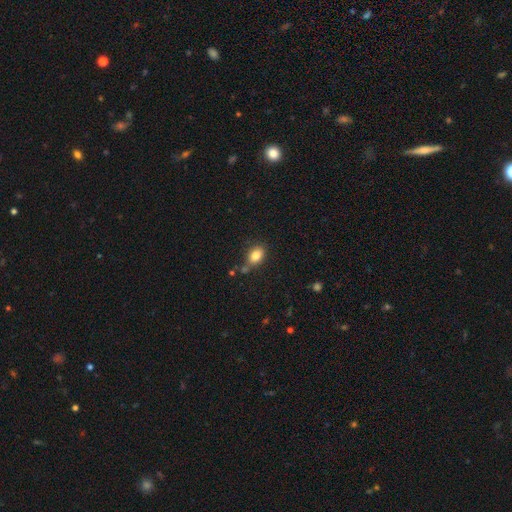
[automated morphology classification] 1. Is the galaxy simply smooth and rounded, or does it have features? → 83% smooth, 10% star or artifact, 7% featured or disk.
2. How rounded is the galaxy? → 74% in between, 24% round, 2% cigar-shaped.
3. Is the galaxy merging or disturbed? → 71% none, 17% minor disturbance, 9% merger, 4% major disturbance.